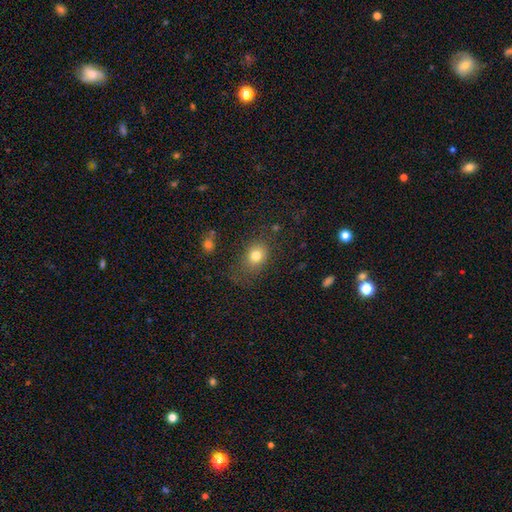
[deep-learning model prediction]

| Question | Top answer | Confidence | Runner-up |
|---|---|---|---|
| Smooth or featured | smooth | 77% | star or artifact (13%) |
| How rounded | round | 52% | in between (47%) |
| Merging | none | 65% | minor disturbance (20%) |